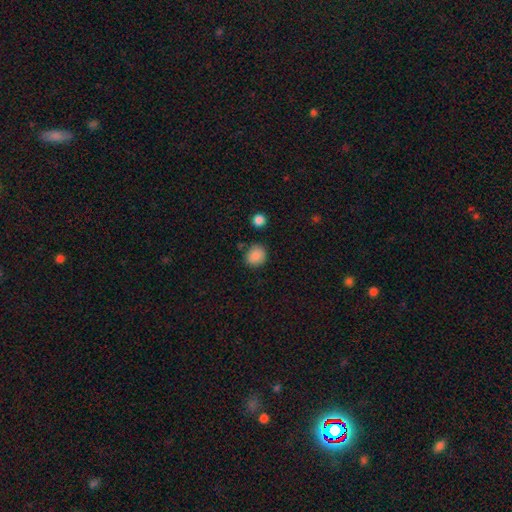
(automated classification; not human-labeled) A smooth galaxy with no disk features (87%) that is round (81%). Merging: none (82%).